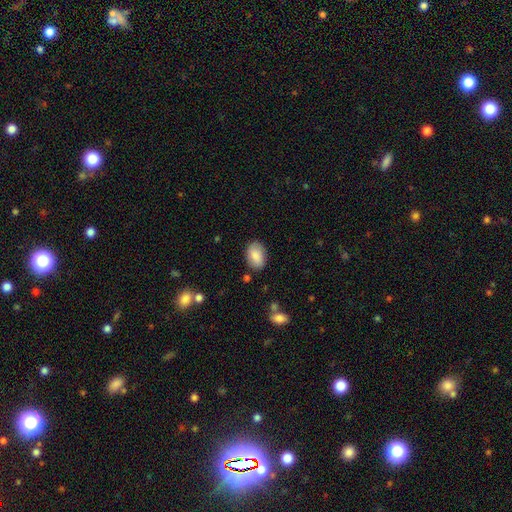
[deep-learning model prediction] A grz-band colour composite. It shows a smooth galaxy with no disk features (83%) that is in between round and cigar-shaped (87%). Merging: none (83%).